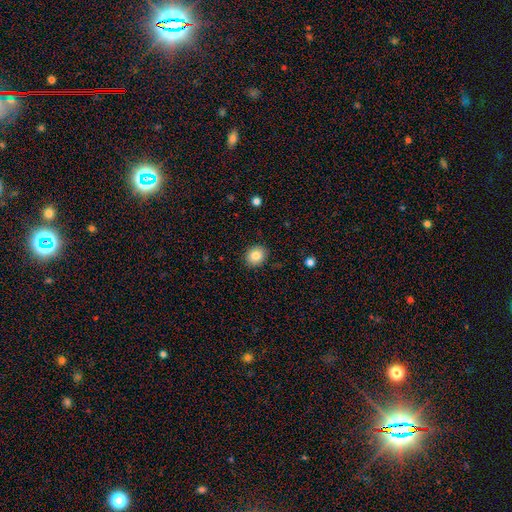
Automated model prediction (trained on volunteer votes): smooth_or_featured: smooth (p=0.84) [alt: star or artifact p=0.09]
how_rounded: round (p=0.71) [alt: in between p=0.29]
merging: none (p=0.89) [alt: minor disturbance p=0.08]